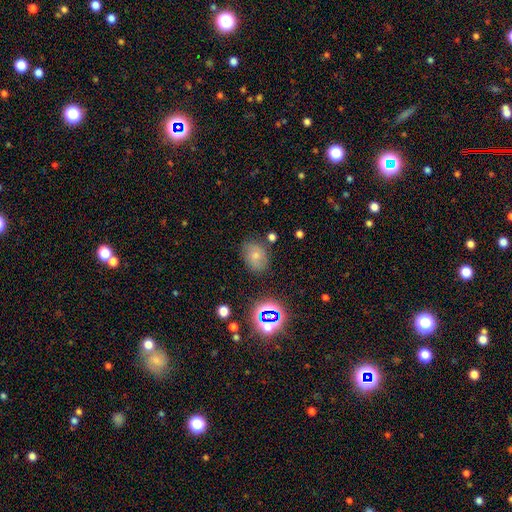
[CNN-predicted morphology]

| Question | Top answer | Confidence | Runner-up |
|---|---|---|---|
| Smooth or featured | smooth | 63% | featured or disk (20%) |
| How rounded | in between | 63% | round (35%) |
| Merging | none | 74% | minor disturbance (17%) |